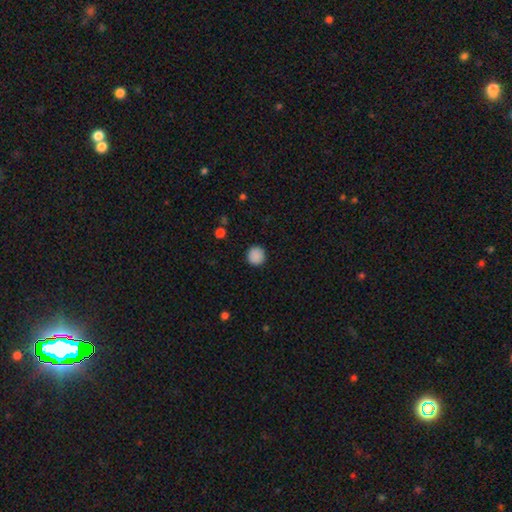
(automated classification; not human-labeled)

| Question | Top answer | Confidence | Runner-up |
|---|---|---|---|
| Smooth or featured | smooth | 88% | star or artifact (9%) |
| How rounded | round | 94% | in between (5%) |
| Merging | none | 91% | minor disturbance (6%) |